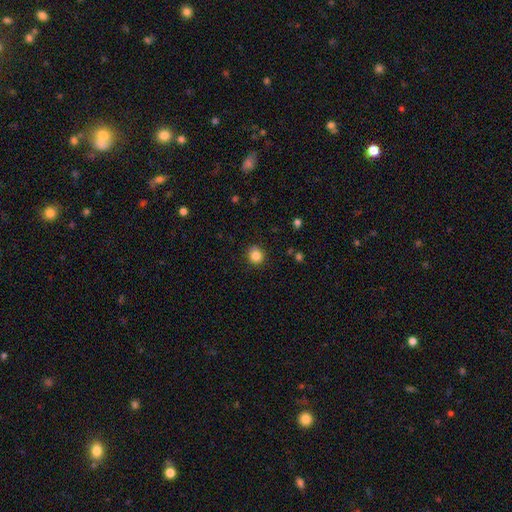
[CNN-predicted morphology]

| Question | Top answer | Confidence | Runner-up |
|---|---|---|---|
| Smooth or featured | smooth | 85% | star or artifact (11%) |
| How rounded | round | 89% | in between (10%) |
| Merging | none | 87% | minor disturbance (9%) |